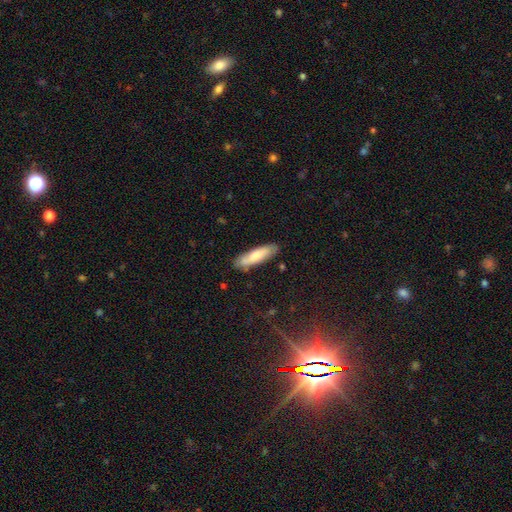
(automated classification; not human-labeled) Smooth or featured?
  - smooth: 73% *
  - featured or disk: 21%
  - star or artifact: 6%
How rounded?
  - cigar-shaped: 66% *
  - in between: 33%
  - round: 1%
Merging?
  - none: 81% *
  - minor disturbance: 14%
  - major disturbance: 3%
  - merger: 2%